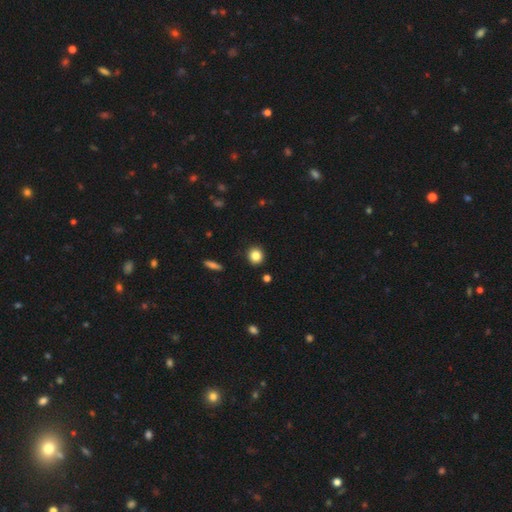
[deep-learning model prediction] This appears to be a smooth galaxy with no disk features (85%) that is round (86%). Merging: none (91%).